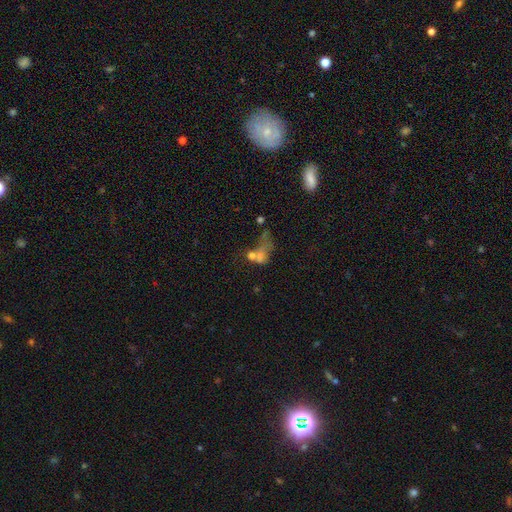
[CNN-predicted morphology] A smooth galaxy with no disk features (53%) that is in between round and cigar-shaped (62%). Merging: merger (47%).